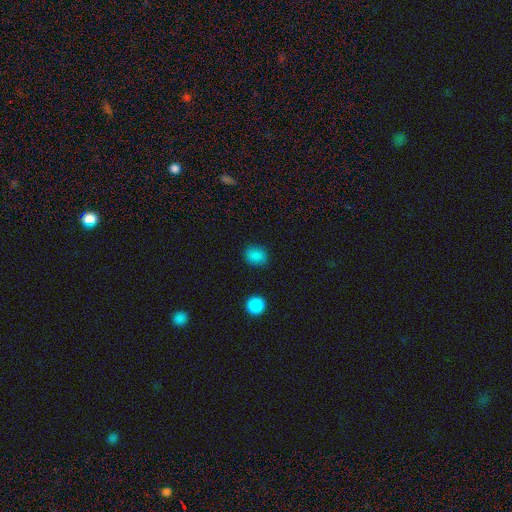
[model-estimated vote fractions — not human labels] Smooth or featured: smooth — 86% (star or artifact — 11%)
How rounded: round — 63% (in between — 36%)
Merging: none — 86% (minor disturbance — 9%)